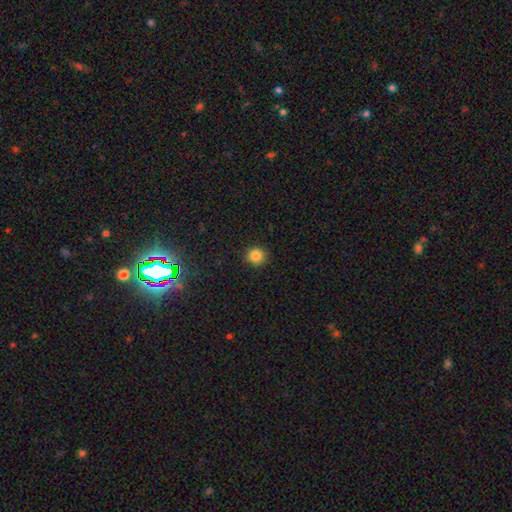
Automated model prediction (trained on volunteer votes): smooth-or-featured: smooth: 85% | star or artifact: 11% | featured or disk: 4%
  how-rounded: round: 91% | in between: 8% | cigar-shaped: 1%
  merging: none: 90% | minor disturbance: 7% | major disturbance: 2% | merger: 1%